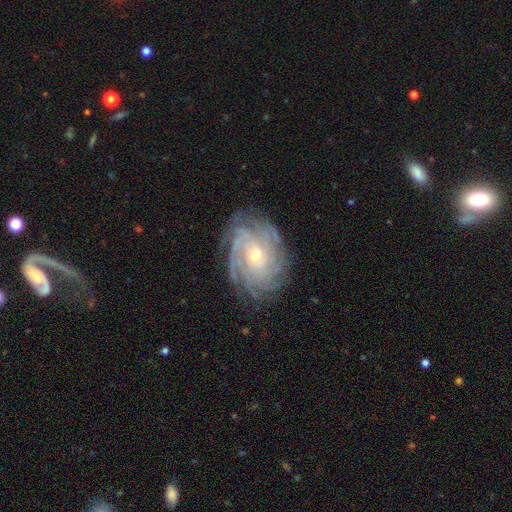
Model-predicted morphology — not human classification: Smooth or featured? featured or disk (87%)
Edge-on disk? no (97%)
Bar? no (69%)
Spiral arms? yes (97%)
Spiral winding? tight (78%)
Spiral arm count? more than 4 (31%)
Bulge size? small (58%)
Merging? none (80%)